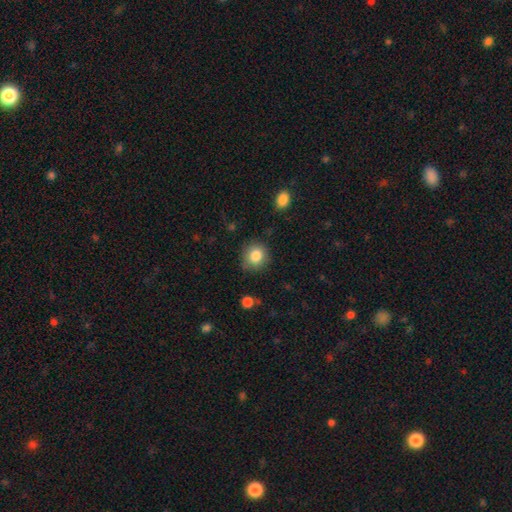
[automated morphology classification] type=smooth (84%); roundness=round (87%); merging=none (82%).